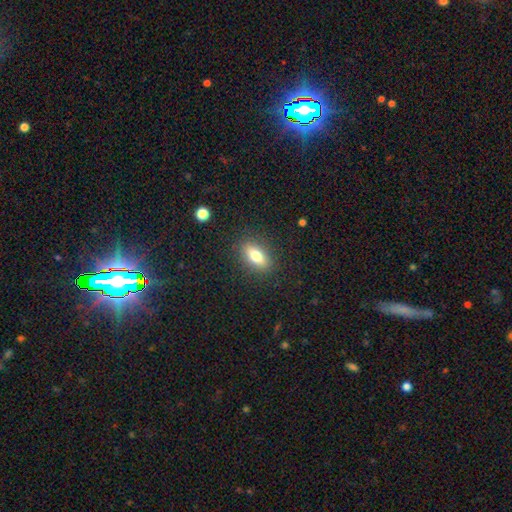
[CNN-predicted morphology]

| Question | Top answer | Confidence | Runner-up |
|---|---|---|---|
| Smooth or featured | smooth | 71% | featured or disk (21%) |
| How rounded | in between | 78% | cigar-shaped (15%) |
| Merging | none | 87% | minor disturbance (9%) |